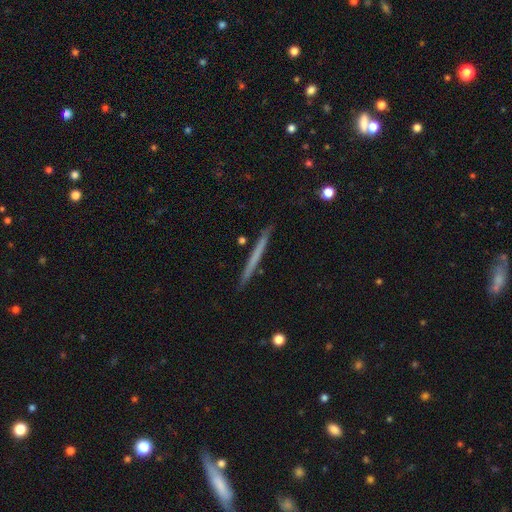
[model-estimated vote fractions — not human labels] Q: Smooth or featured?
A: smooth (52%); runner-up: featured or disk (43%)
Q: How rounded?
A: cigar-shaped (97%); runner-up: in between (1%)
Q: Merging?
A: none (91%); runner-up: minor disturbance (6%)